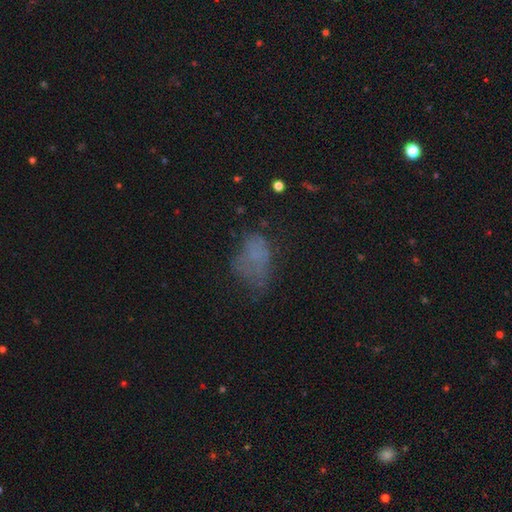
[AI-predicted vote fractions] This is possibly a smooth galaxy (53%). How rounded: clearly in between (82%). Merging: marginally none (39%).